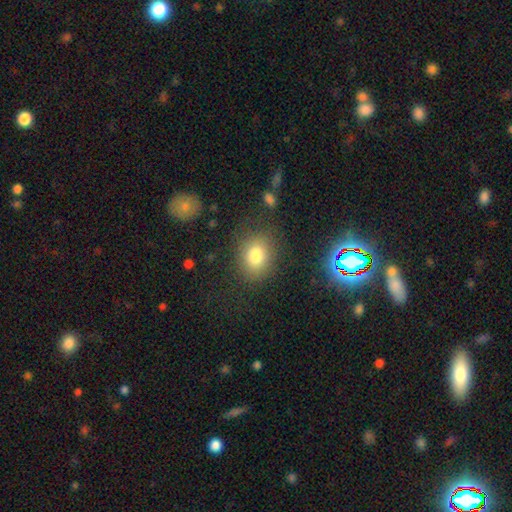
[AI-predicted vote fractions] Smooth or featured? smooth (80%)
How rounded? round (50%)
Merging? none (80%)